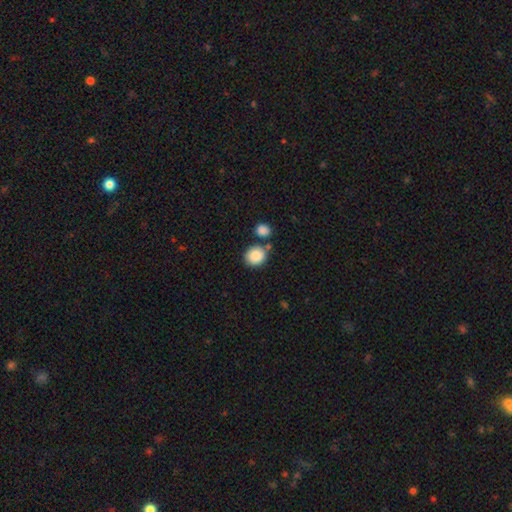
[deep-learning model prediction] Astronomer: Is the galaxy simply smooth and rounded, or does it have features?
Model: smooth — 88%.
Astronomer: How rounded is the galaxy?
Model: round — 79%.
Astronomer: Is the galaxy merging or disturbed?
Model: none — 68%.